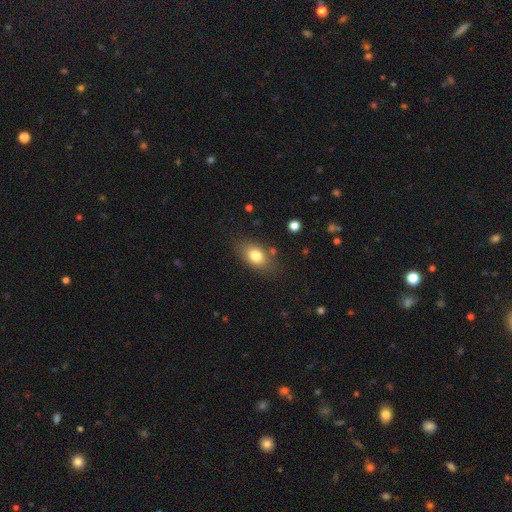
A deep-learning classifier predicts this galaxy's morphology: smooth-or-featured: smooth: 79% | featured or disk: 12% | star or artifact: 9%
  how-rounded: in between: 82% | round: 16% | cigar-shaped: 2%
  merging: none: 78% | minor disturbance: 14% | major disturbance: 4% | merger: 4%